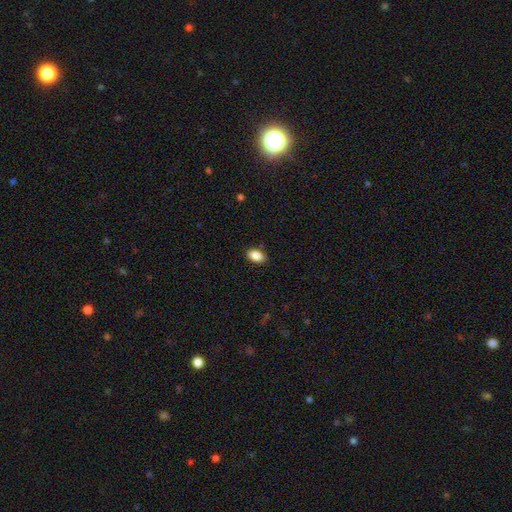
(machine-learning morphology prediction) smooth 88%, star or artifact 8%, featured or disk 5%. Down the decision tree: how rounded — in between (91%); merging — none (89%).